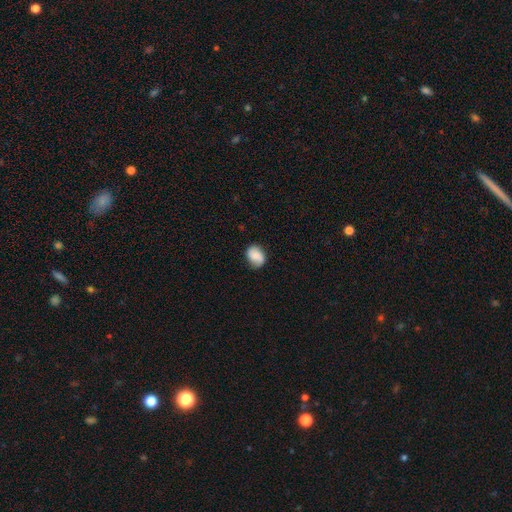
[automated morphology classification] type=smooth (67%); roundness=in between (59%); merging=none (74%).